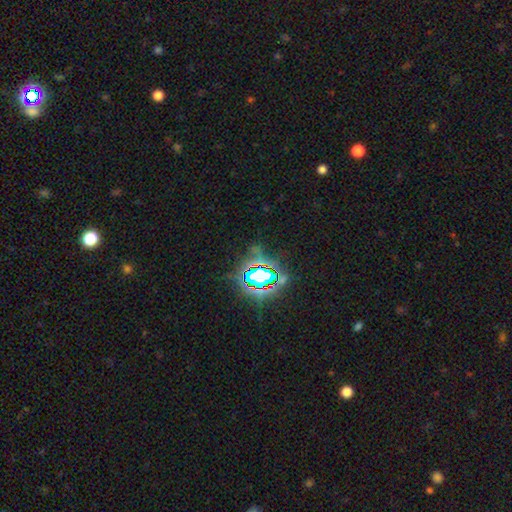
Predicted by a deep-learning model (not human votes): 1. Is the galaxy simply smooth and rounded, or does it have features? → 80% star or artifact, 11% smooth, 8% featured or disk.